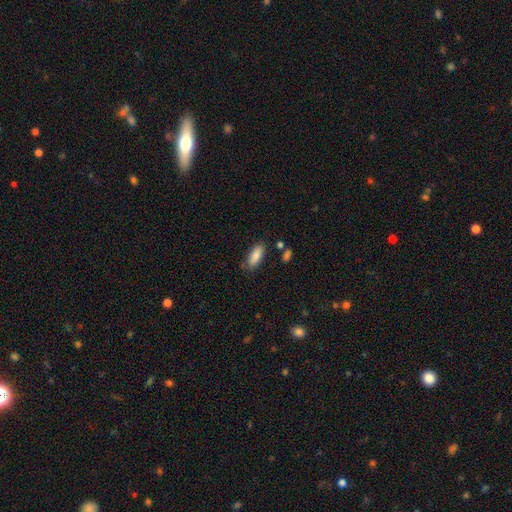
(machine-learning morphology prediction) This appears to be a smooth galaxy with no disk features (84%) that is in between round and cigar-shaped (78%). Merging: none (78%).